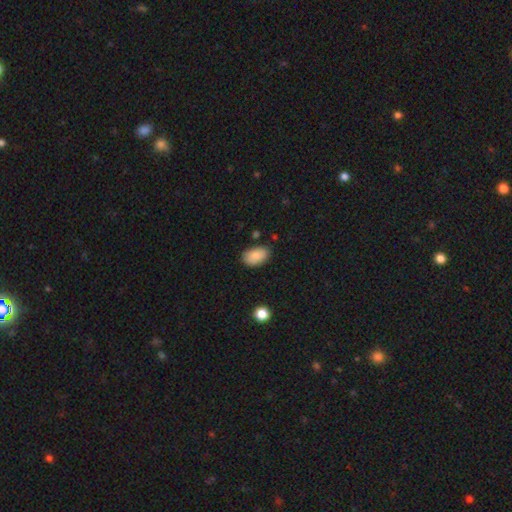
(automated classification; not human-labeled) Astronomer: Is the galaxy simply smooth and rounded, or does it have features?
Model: smooth — 87%.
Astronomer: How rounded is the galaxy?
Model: in between — 91%.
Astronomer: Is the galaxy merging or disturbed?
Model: none — 77%.